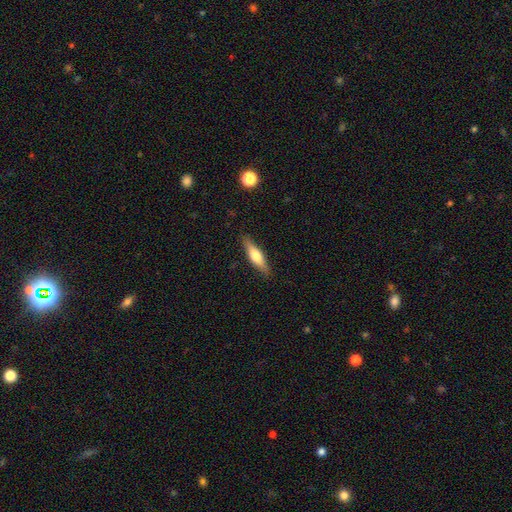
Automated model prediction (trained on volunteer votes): A smooth galaxy with no disk features (52%) that is cigar-shaped (70%). Merging: none (87%).